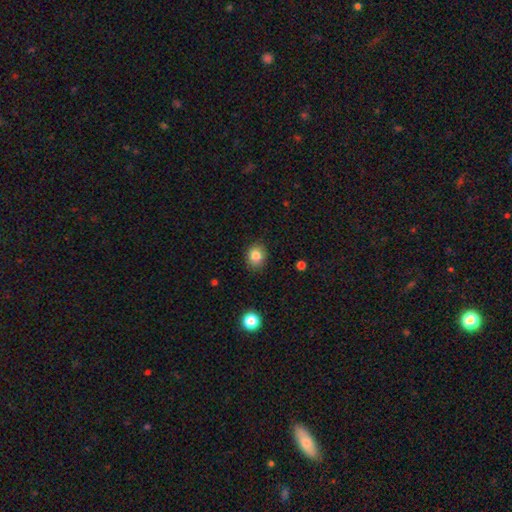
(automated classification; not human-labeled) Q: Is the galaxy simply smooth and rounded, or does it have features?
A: smooth — 83%.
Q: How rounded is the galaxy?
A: round — 63%.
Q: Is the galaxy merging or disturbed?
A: none — 87%.